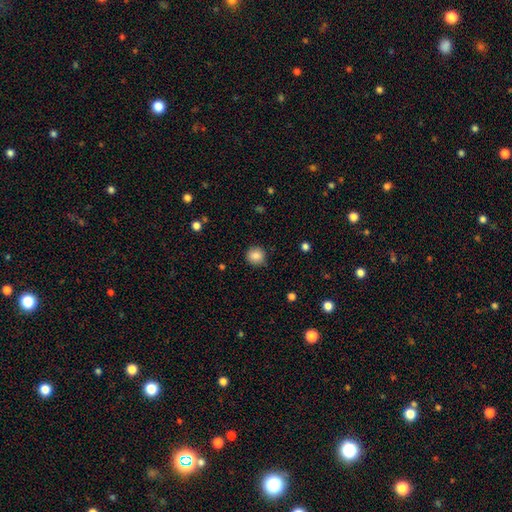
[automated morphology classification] Overall: smooth (86%). How rounded: round (91%). Merging: none (88%).